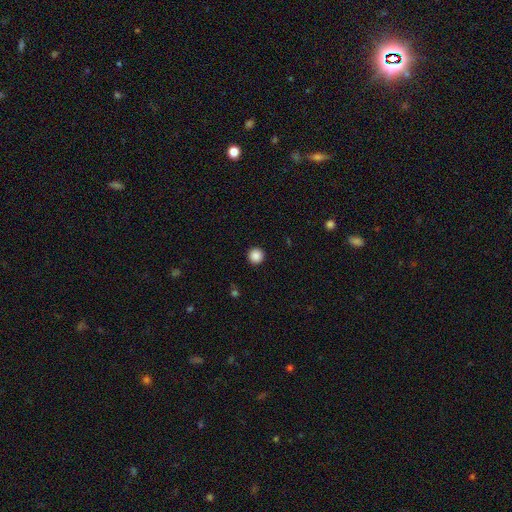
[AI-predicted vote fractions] smooth_or_featured: smooth (p=0.88) [alt: star or artifact p=0.10]
how_rounded: round (p=0.96) [alt: in between p=0.03]
merging: none (p=0.93) [alt: minor disturbance p=0.04]